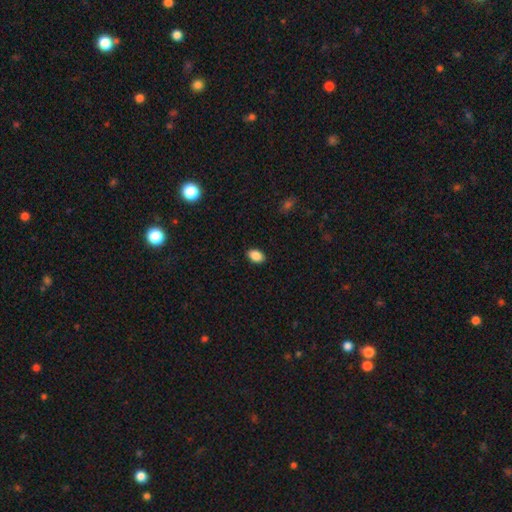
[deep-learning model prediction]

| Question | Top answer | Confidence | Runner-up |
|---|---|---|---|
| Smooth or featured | smooth | 89% | star or artifact (8%) |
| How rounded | in between | 88% | round (10%) |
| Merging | none | 89% | minor disturbance (8%) |